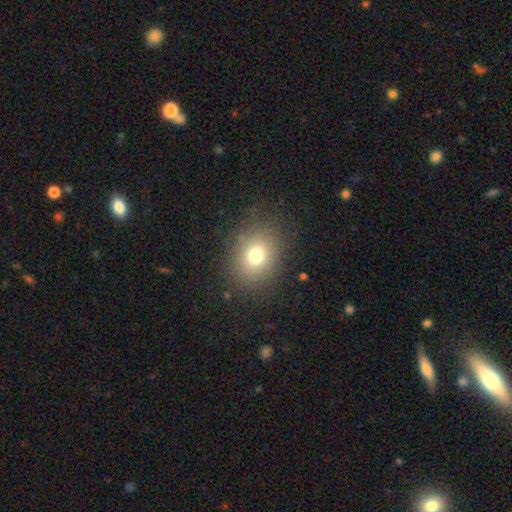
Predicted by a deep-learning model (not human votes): A smooth galaxy with no disk features (74%) that is round (56%). Merging: none (84%).